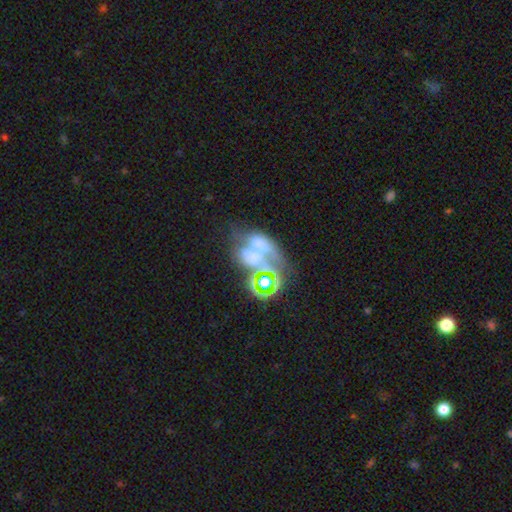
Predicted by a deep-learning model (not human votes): This appears to be a featured or disk galaxy (37%). Merging: merger (62%).